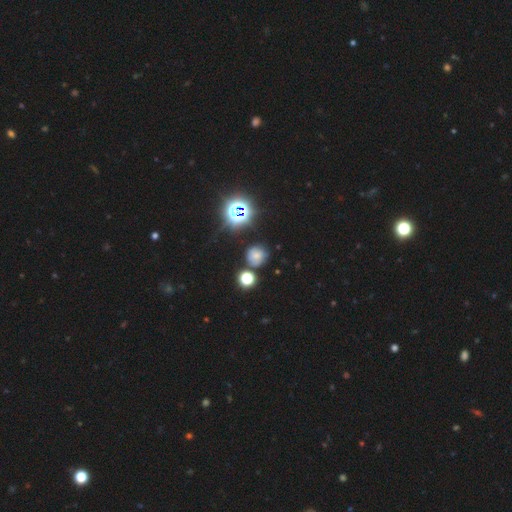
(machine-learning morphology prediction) Q: Smooth or featured?
A: smooth (58%); runner-up: star or artifact (30%)
Q: How rounded?
A: round (85%); runner-up: in between (14%)
Q: Merging?
A: none (71%); runner-up: minor disturbance (15%)